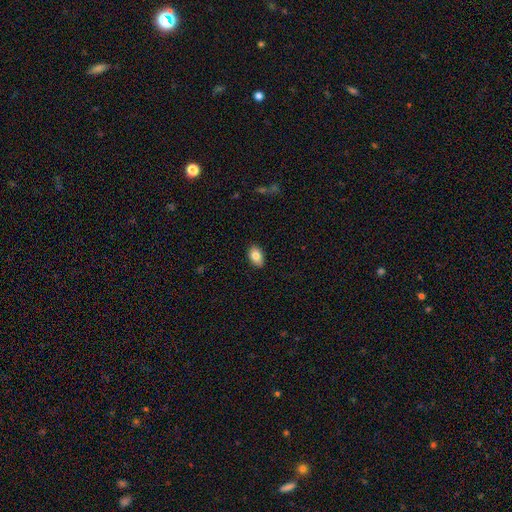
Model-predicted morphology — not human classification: type=smooth (83%); roundness=in between (87%); merging=none (84%).